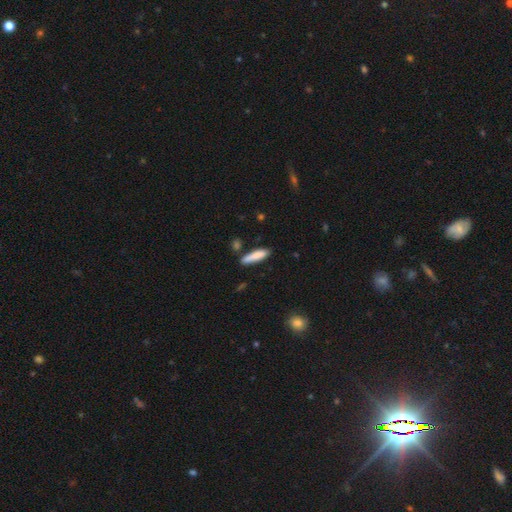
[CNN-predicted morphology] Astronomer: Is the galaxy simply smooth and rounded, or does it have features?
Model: smooth — 83%.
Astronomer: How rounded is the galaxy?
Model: cigar-shaped — 76%.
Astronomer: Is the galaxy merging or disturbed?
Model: none — 76%.